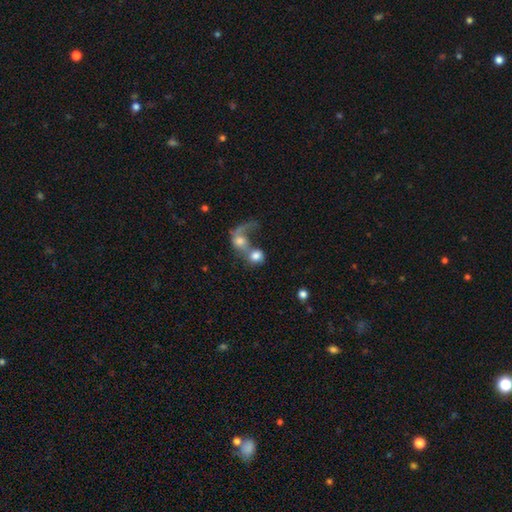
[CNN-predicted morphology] type=smooth (65%); roundness=round (70%); merging=merger (68%).